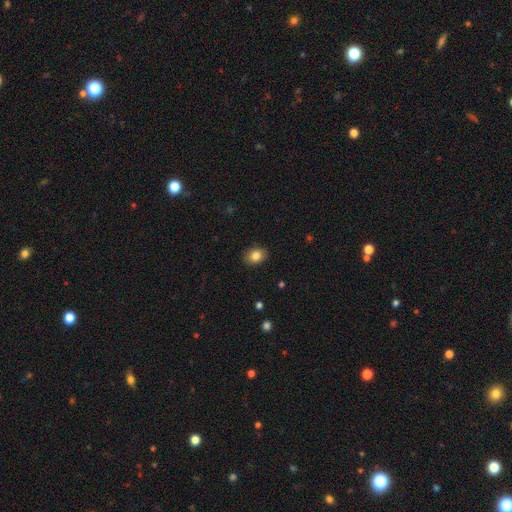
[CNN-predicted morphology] This is clearly a smooth galaxy (84%). How rounded: likely in between (62%). Merging: clearly none (87%).